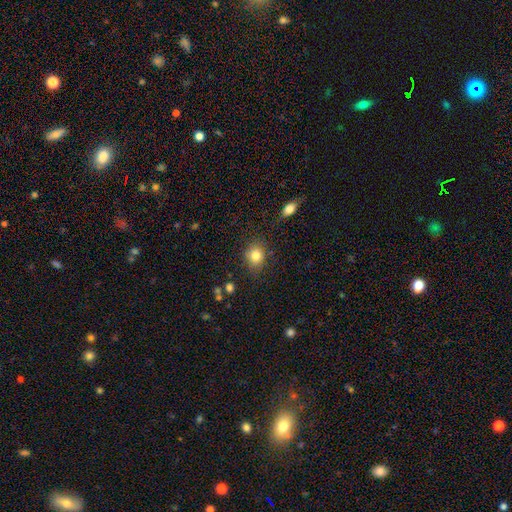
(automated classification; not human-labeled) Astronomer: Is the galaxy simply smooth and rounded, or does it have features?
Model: smooth — 83%.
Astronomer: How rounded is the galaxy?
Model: round — 66%.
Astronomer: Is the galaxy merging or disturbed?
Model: none — 80%.